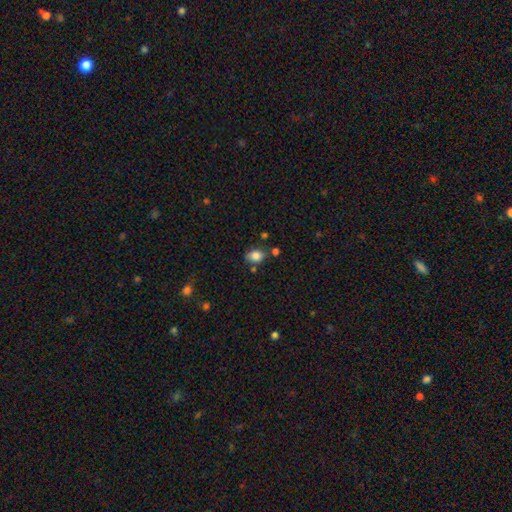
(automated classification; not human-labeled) This appears to be a smooth galaxy with no disk features (84%) that is in between round and cigar-shaped (65%). Merging: none (66%).